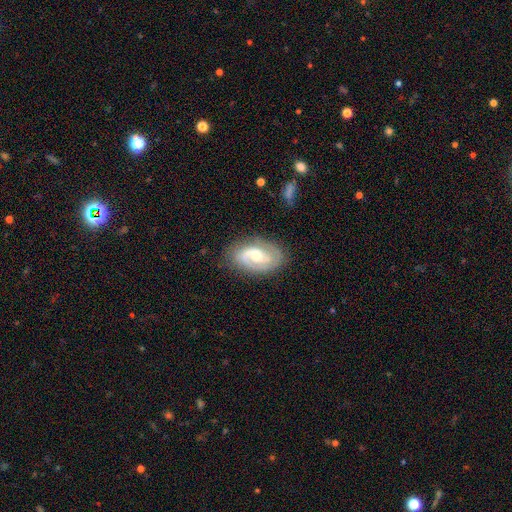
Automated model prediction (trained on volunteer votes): The model was most divided on "spiral winding": medium: 44%, tight: 40%, loose: 17%. More confident: edge-on disk — no (96%); spiral arms — yes (92%); smooth or featured — featured or disk (79%); merging — none (75%); spiral arm count — 2 (68%); bar — no (53%); bulge size — moderate (50%).